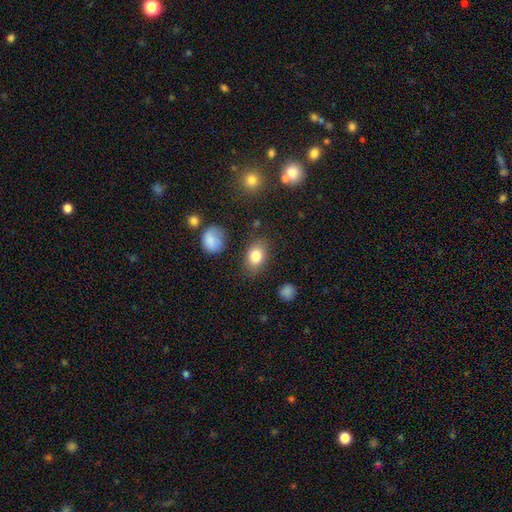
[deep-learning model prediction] A smooth galaxy with no disk features (82%) that is in between round and cigar-shaped (80%). Merging: none (80%).